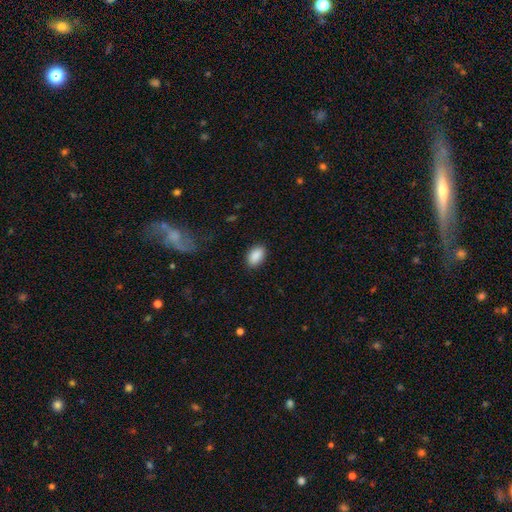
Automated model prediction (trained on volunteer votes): This is clearly a smooth galaxy (90%). How rounded: clearly in between (92%). Merging: clearly none (86%).